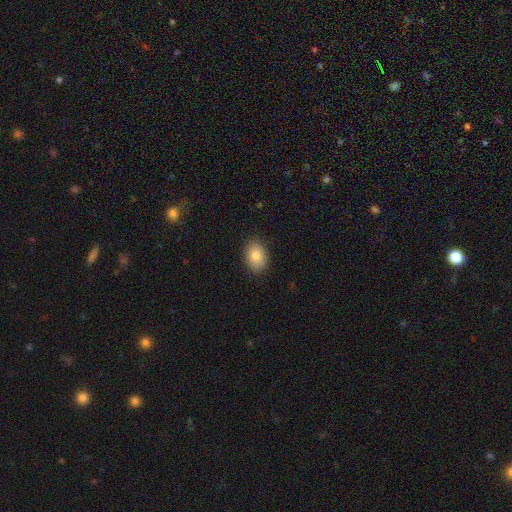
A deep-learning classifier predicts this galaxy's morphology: The model was most divided on "how rounded": in between: 74%, round: 25%, cigar-shaped: 1%. More confident: merging — none (88%); smooth or featured — smooth (83%).